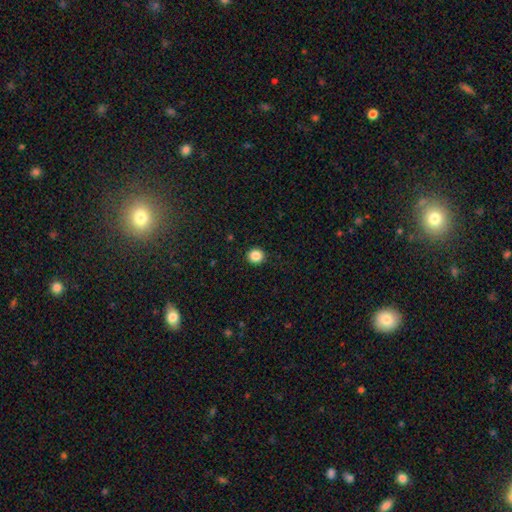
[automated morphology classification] A smooth galaxy with no disk features (86%) that is round (93%). Merging: none (93%).